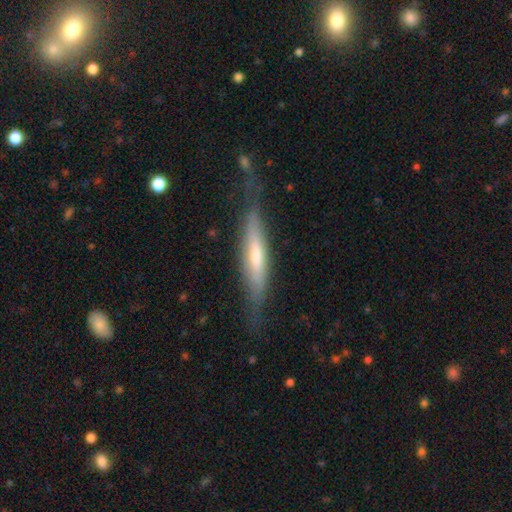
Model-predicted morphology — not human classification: featured or disk 55%, smooth 39%, star or artifact 6%. Down the decision tree: edge-on disk — yes (86%); merging — none (71%).